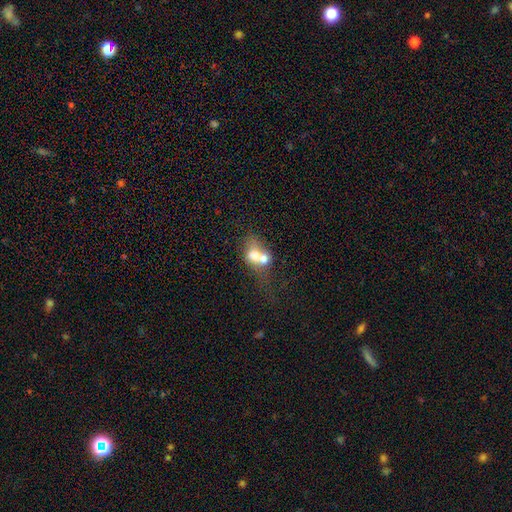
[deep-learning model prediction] smooth_or_featured: smooth (p=0.59) [alt: featured or disk p=0.31]
how_rounded: in between (p=0.51) [alt: round p=0.47]
merging: merger (p=0.66) [alt: none p=0.19]